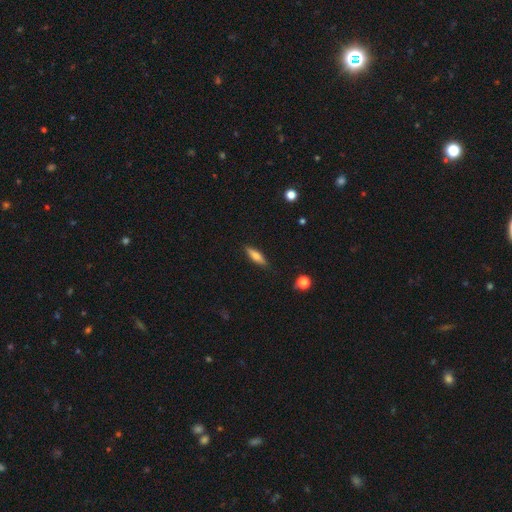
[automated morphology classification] Smooth or featured: smooth — 64% (featured or disk — 29%)
How rounded: cigar-shaped — 66% (in between — 32%)
Merging: none — 86% (minor disturbance — 10%)